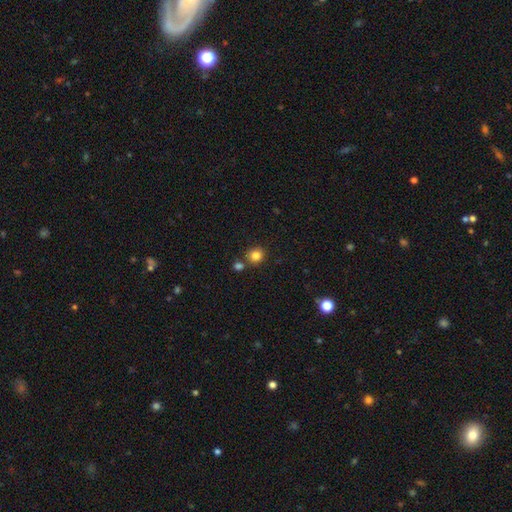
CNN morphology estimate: A smooth galaxy with no disk features (84%) that is round (86%). Merging: none (76%).